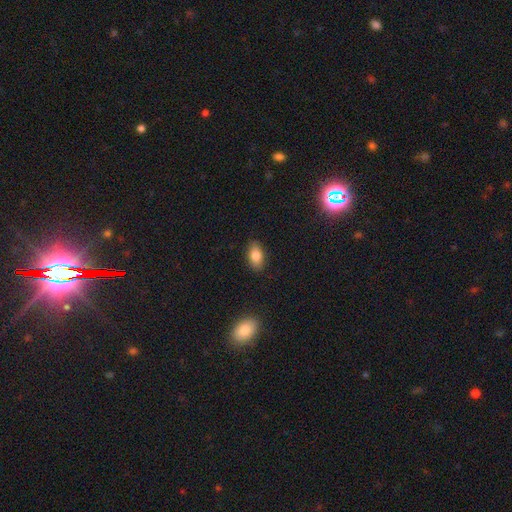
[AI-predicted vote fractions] Smooth or featured? Predicted: smooth (p=0.81). How rounded? Predicted: in between (p=0.88). Merging? Predicted: none (p=0.85).